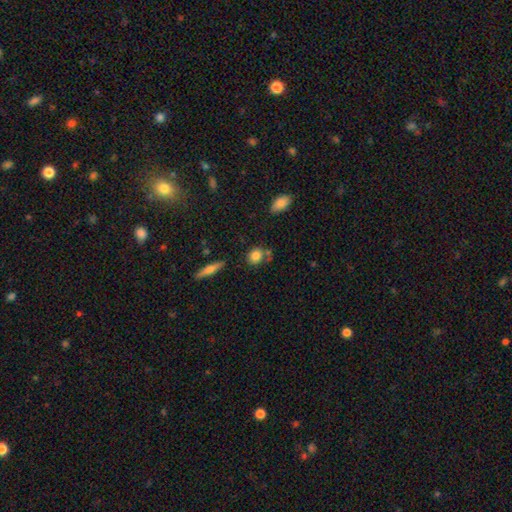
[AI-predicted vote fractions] Smooth or featured? smooth (81%)
How rounded? round (66%)
Merging? none (66%)